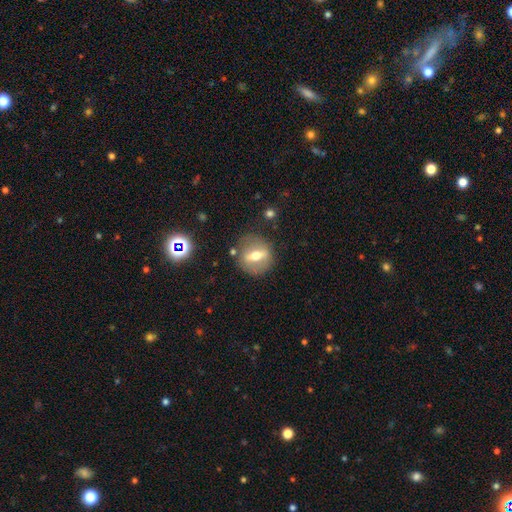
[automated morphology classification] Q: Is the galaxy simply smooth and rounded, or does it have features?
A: featured or disk — 56%.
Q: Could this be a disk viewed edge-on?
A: no — 60%.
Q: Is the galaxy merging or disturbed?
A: none — 79%.